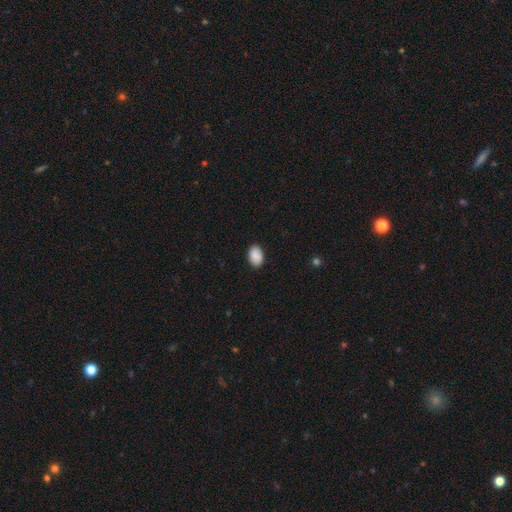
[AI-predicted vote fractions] The model was most divided on "how rounded": in between: 88%, round: 11%, cigar-shaped: 1%. More confident: smooth or featured — smooth (90%); merging — none (89%).